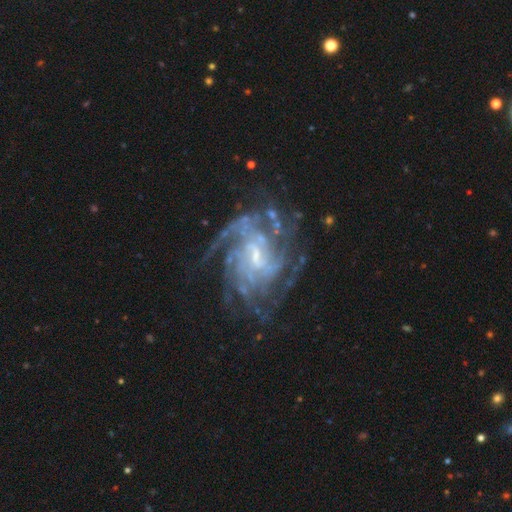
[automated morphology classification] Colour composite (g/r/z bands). It shows a featured or disk galaxy (88%) with a weak bar (53%), tight (52%) spiral arms (96%) and a small central bulge (55%). Merging: none (67%).